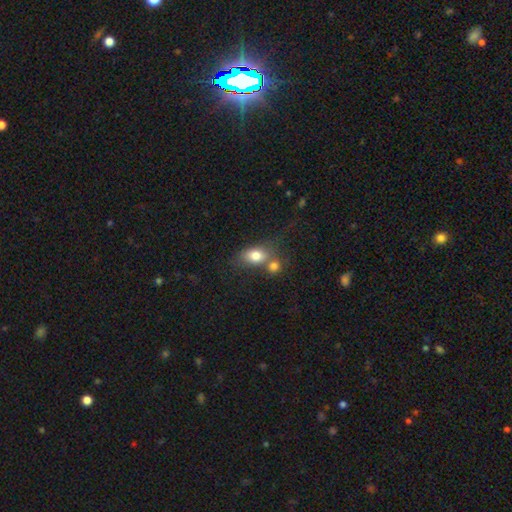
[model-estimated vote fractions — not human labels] This appears to be a smooth galaxy with no disk features (80%) that is in between round and cigar-shaped (77%). Merging: merger (45%).